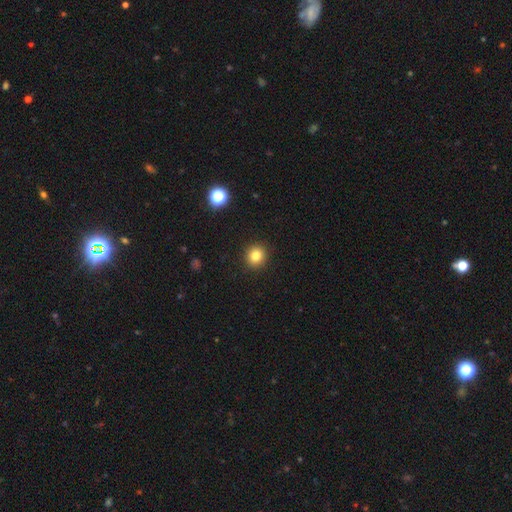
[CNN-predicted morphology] Smooth or featured? Predicted: smooth (p=0.82). How rounded? Predicted: round (p=0.88). Merging? Predicted: none (p=0.92).